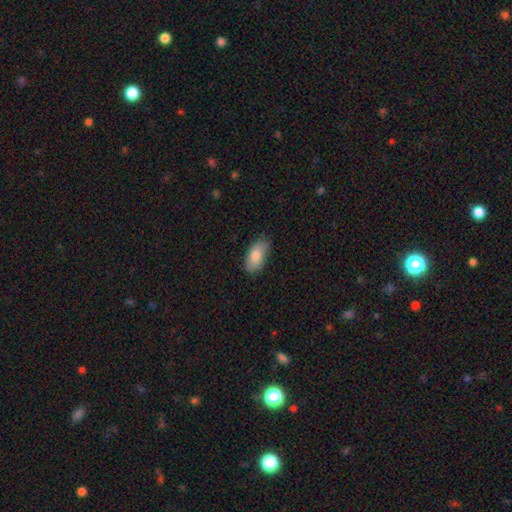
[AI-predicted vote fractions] Q: Smooth or featured?
A: smooth (84%); runner-up: featured or disk (10%)
Q: How rounded?
A: in between (92%); runner-up: cigar-shaped (5%)
Q: Merging?
A: none (78%); runner-up: minor disturbance (18%)